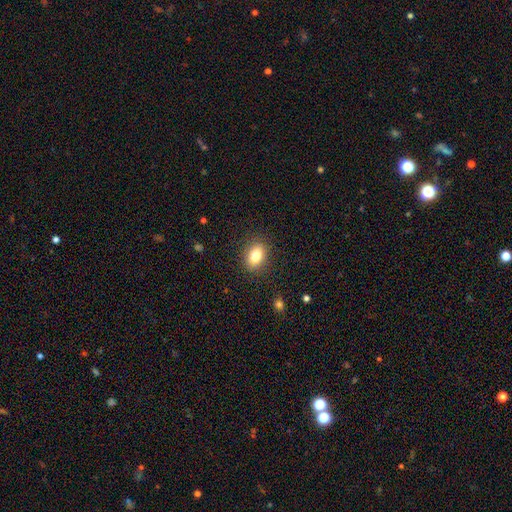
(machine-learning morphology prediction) A smooth galaxy with no disk features (81%) that is in between round and cigar-shaped (78%). Merging: none (87%).